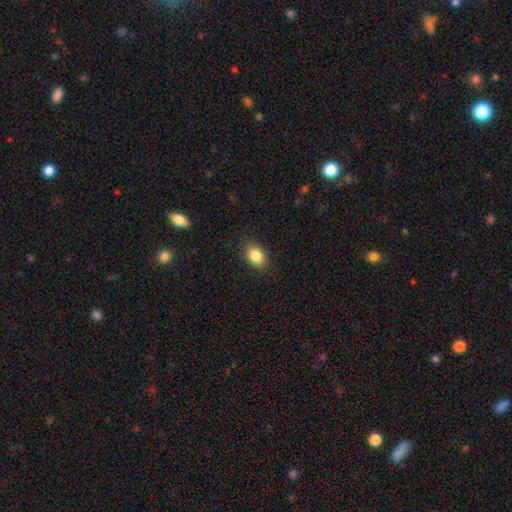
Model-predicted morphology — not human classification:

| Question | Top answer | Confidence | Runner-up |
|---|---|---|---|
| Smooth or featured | smooth | 85% | star or artifact (9%) |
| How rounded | in between | 74% | round (25%) |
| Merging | none | 82% | minor disturbance (14%) |